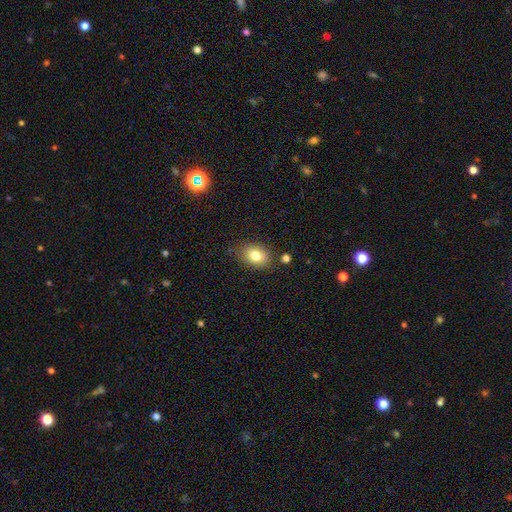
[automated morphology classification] Overall: smooth (80%). How rounded: in between (70%). Merging: none (78%).